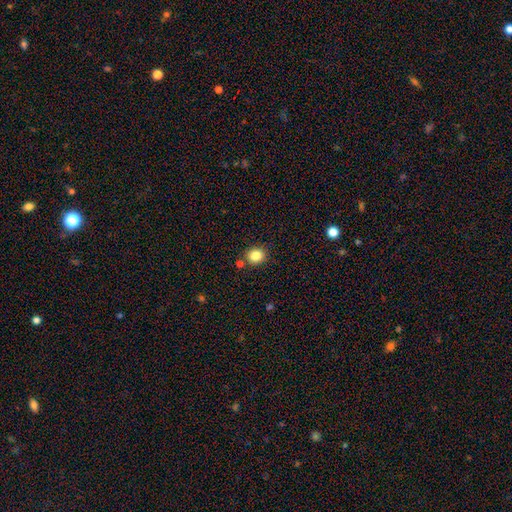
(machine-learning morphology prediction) smooth_or_featured: smooth (p=0.85) [alt: star or artifact p=0.11]
how_rounded: round (p=0.70) [alt: in between p=0.29]
merging: none (p=0.81) [alt: minor disturbance p=0.09]